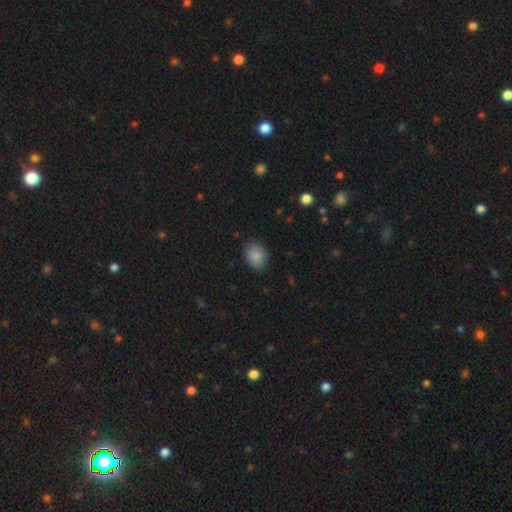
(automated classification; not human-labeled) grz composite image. It shows a smooth galaxy with no disk features (86%) that is in between round and cigar-shaped (75%). Merging: none (80%).